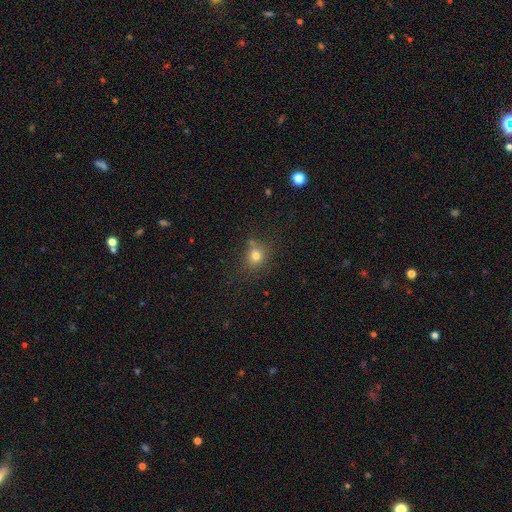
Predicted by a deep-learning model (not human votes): Q: Smooth or featured?
A: smooth (76%); runner-up: star or artifact (16%)
Q: How rounded?
A: round (75%); runner-up: in between (24%)
Q: Merging?
A: none (72%); runner-up: minor disturbance (15%)